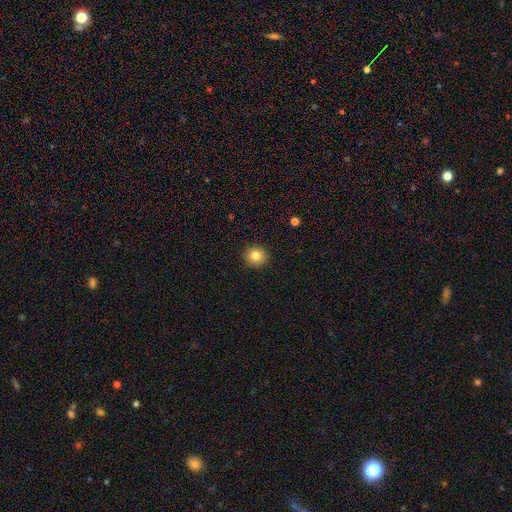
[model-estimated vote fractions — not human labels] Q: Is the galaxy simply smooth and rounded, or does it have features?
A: smooth — 83%.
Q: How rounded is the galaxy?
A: round — 93%.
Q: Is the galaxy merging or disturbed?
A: none — 92%.